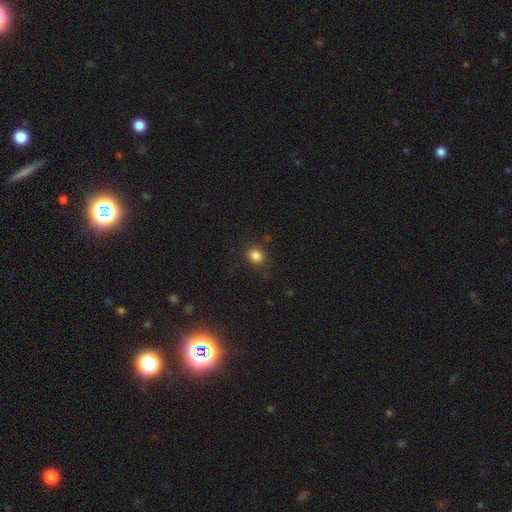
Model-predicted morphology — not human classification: smooth-or-featured: smooth: 83% | star or artifact: 12% | featured or disk: 5%
  how-rounded: round: 71% | in between: 28% | cigar-shaped: 1%
  merging: none: 85% | minor disturbance: 10% | major disturbance: 3% | merger: 2%